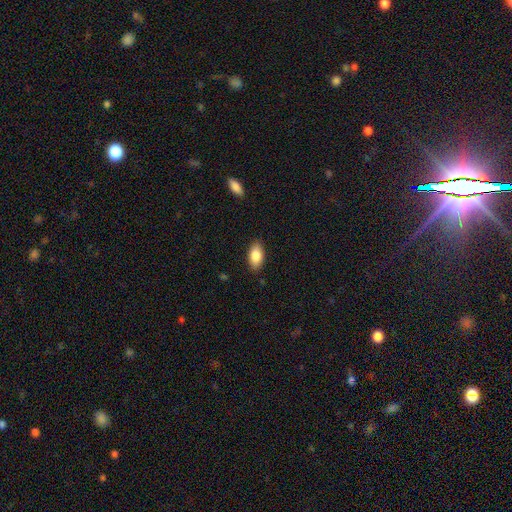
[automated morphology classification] type=smooth (85%); roundness=in between (92%); merging=none (87%).